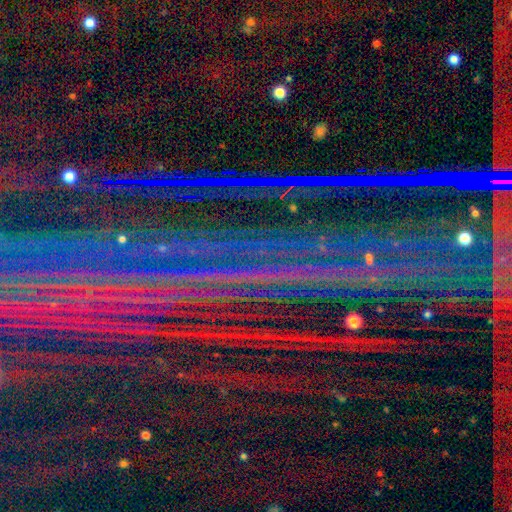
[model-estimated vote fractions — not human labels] A star or artifact, not a galaxy (88%).